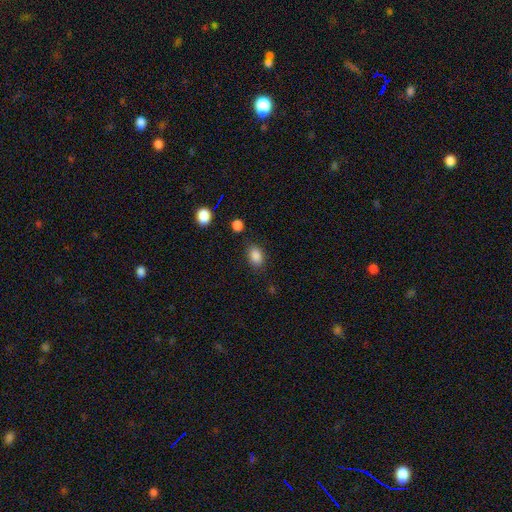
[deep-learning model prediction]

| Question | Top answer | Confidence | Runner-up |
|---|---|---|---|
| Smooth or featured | smooth | 86% | star or artifact (10%) |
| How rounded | in between | 74% | round (25%) |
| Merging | none | 83% | minor disturbance (11%) |